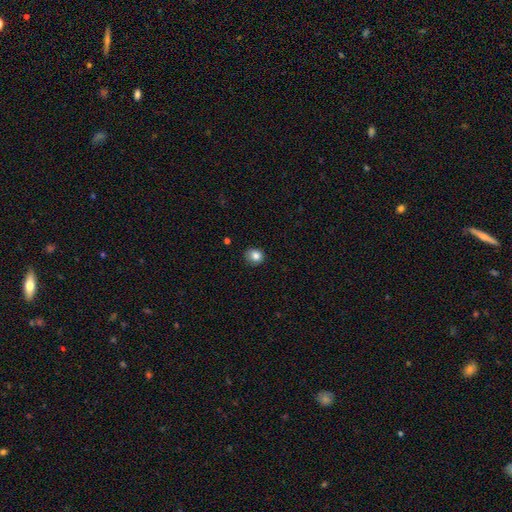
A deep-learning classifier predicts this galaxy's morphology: Smooth or featured: smooth — 84% (star or artifact — 10%)
How rounded: round — 70% (in between — 29%)
Merging: none — 80% (minor disturbance — 16%)